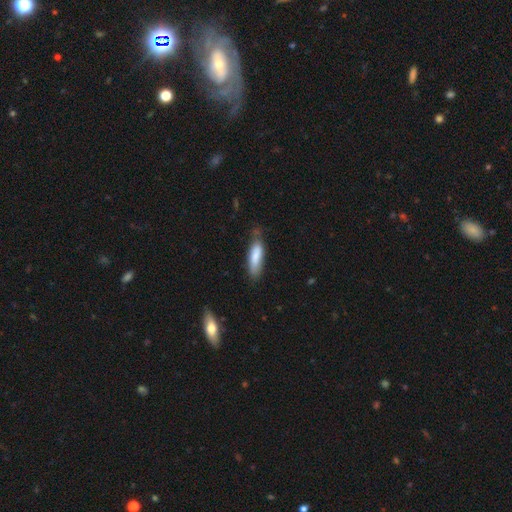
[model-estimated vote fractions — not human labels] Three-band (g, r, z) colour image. It shows a smooth galaxy with no disk features (80%) that is cigar-shaped (53%). Merging: none (65%).